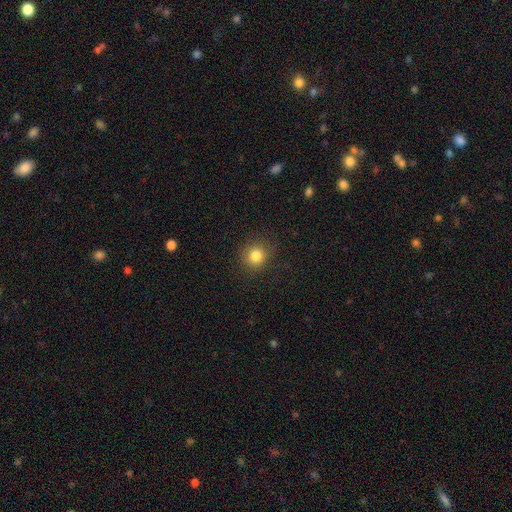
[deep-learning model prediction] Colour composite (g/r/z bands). It shows a smooth galaxy with no disk features (82%) that is round (90%). Merging: none (88%).